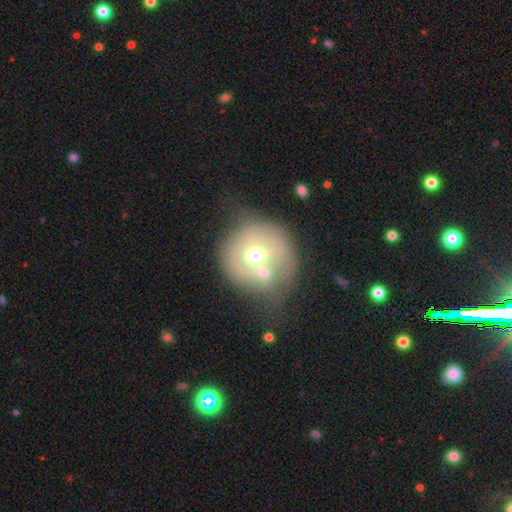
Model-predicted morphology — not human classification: Q: Smooth or featured?
A: featured or disk (55%); runner-up: smooth (37%)
Q: Edge-on disk?
A: no (95%); runner-up: yes (5%)
Q: Bar?
A: no (54%); runner-up: weak (33%)
Q: Spiral arms?
A: no (66%); runner-up: yes (34%)
Q: Bulge size?
A: moderate (75%); runner-up: large (13%)
Q: Merging?
A: none (43%); runner-up: merger (22%)